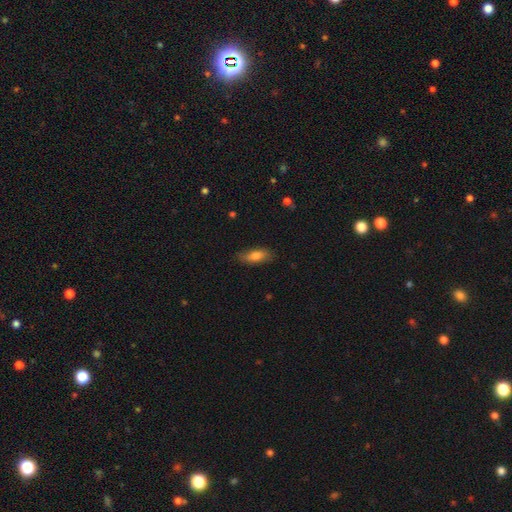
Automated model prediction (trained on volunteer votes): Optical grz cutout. It shows a smooth galaxy with no disk features (76%) that is in between round and cigar-shaped (68%). Merging: none (81%).